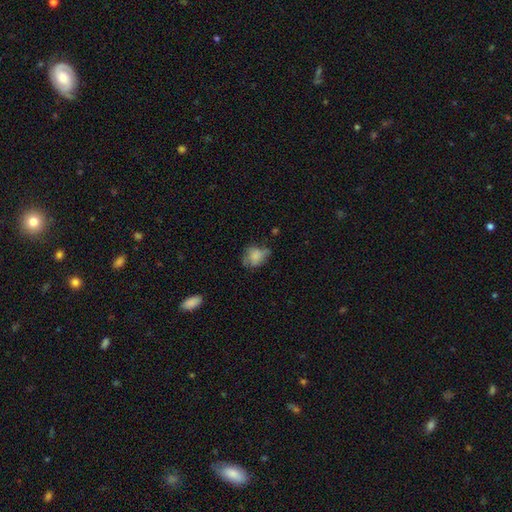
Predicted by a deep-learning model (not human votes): Morphology: type=smooth (69%); roundness=in between (52%); merging=none (42%).